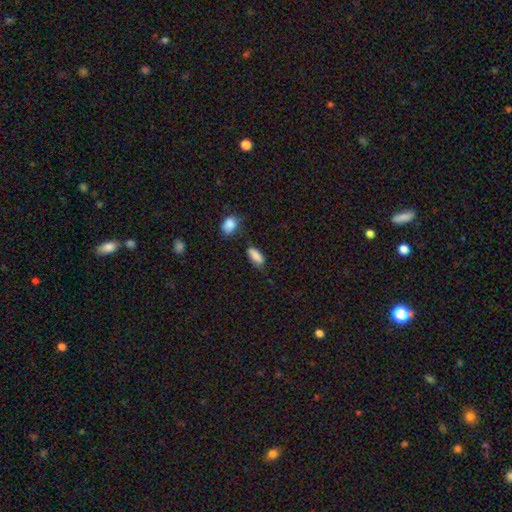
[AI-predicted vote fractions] Q: Smooth or featured?
A: smooth (87%); runner-up: star or artifact (7%)
Q: How rounded?
A: in between (84%); runner-up: cigar-shaped (13%)
Q: Merging?
A: none (68%); runner-up: minor disturbance (22%)